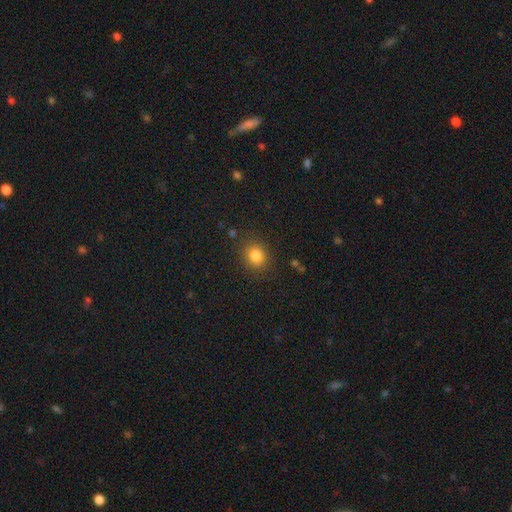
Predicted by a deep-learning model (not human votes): smooth_or_featured: smooth (p=0.82) [alt: star or artifact p=0.12]
how_rounded: round (p=0.65) [alt: in between p=0.34]
merging: none (p=0.84) [alt: minor disturbance p=0.10]